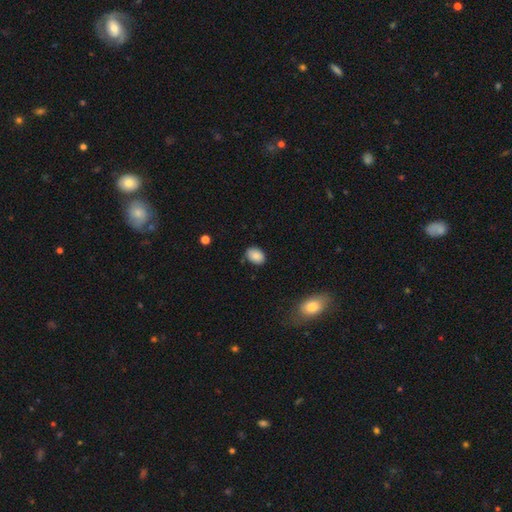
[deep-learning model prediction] Smooth or featured? smooth (87%)
How rounded? in between (76%)
Merging? none (78%)